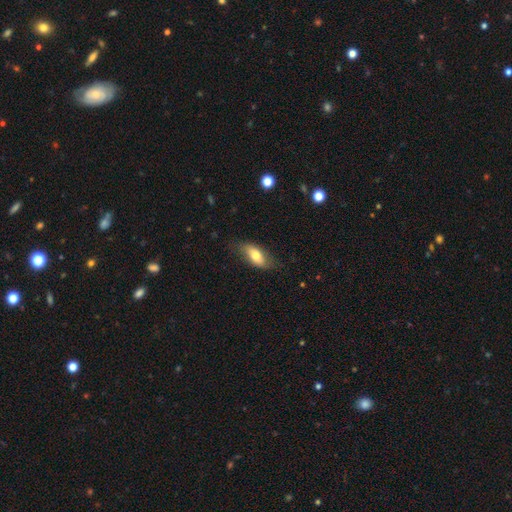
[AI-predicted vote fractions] This appears to be a smooth galaxy with no disk features (66%) that is in between round and cigar-shaped (86%). Merging: none (69%).